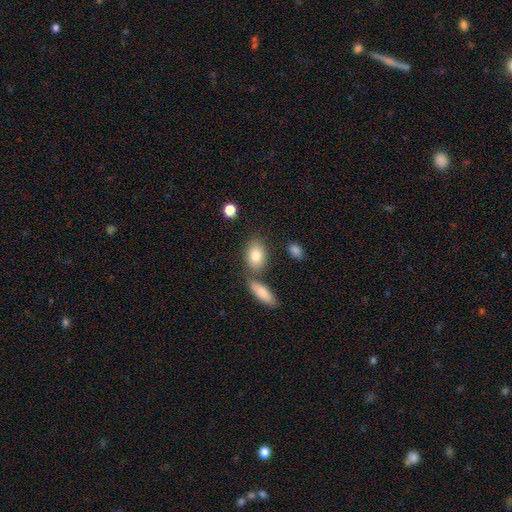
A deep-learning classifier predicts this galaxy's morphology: Smooth or featured? smooth (81%)
How rounded? in between (83%)
Merging? none (65%)